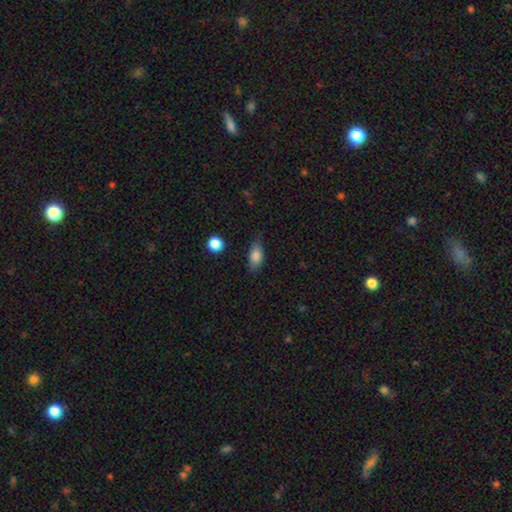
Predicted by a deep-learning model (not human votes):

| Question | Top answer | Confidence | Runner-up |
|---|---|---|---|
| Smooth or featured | smooth | 83% | featured or disk (9%) |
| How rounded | in between | 85% | cigar-shaped (9%) |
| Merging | none | 69% | minor disturbance (23%) |